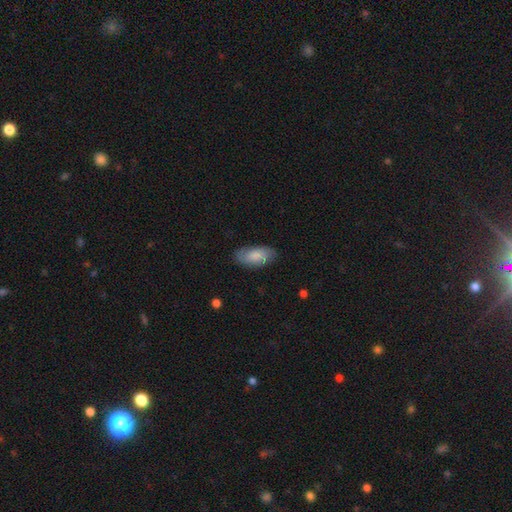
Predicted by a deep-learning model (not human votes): Smooth or featured? smooth (71%)
How rounded? in between (92%)
Merging? none (77%)